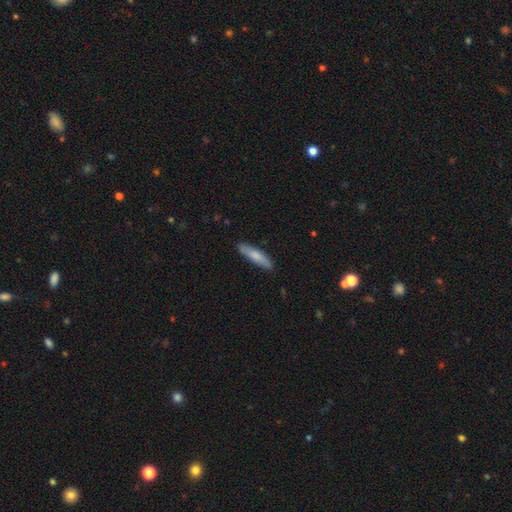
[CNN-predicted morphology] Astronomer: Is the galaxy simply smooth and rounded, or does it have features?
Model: smooth — 75%.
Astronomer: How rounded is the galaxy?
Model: cigar-shaped — 80%.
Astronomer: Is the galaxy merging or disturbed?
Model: none — 86%.